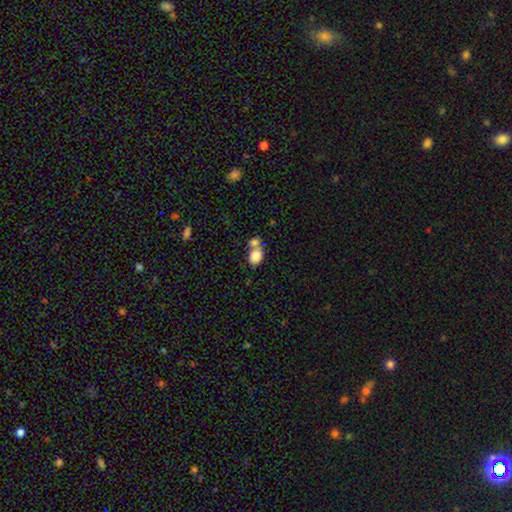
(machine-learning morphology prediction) type=smooth (84%); roundness=in between (65%); merging=merger (49%).